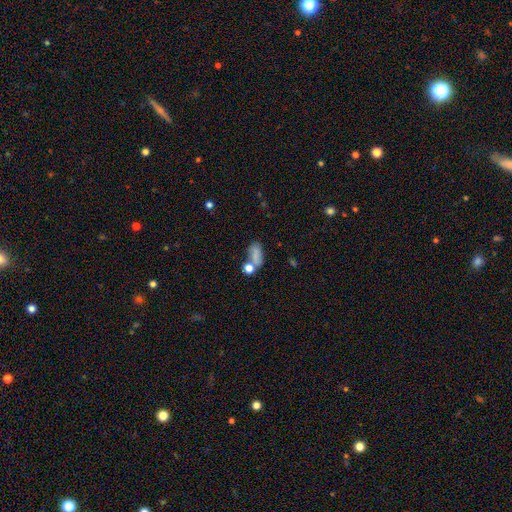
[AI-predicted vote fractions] Smooth or featured? smooth (68%)
How rounded? in between (80%)
Merging? none (36%)